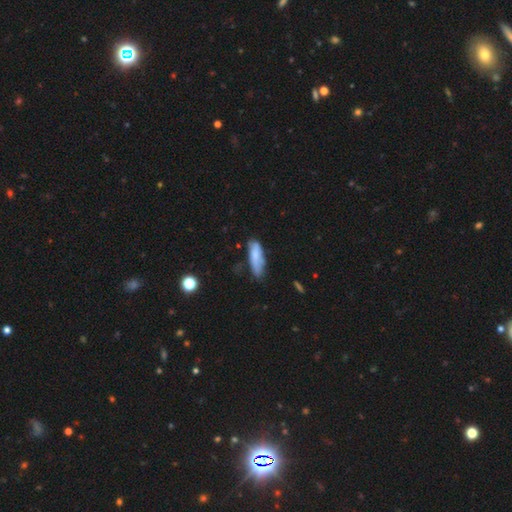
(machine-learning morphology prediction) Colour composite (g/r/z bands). It shows a smooth galaxy with no disk features (74%) that is in between round and cigar-shaped (53%). Merging: none (51%).